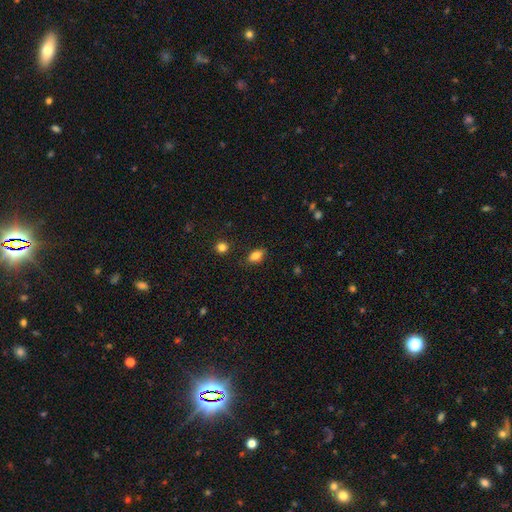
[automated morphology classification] This appears to be a smooth galaxy with no disk features (81%) that is in between round and cigar-shaped (85%). Merging: none (83%).